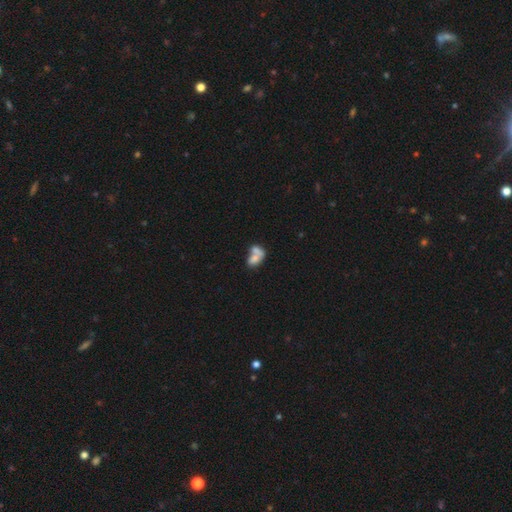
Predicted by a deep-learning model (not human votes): Smooth or featured?
  - smooth: 67% *
  - featured or disk: 24%
  - star or artifact: 9%
How rounded?
  - in between: 80% *
  - round: 18%
  - cigar-shaped: 2%
Merging?
  - merger: 69% *
  - none: 16%
  - minor disturbance: 8%
  - major disturbance: 7%